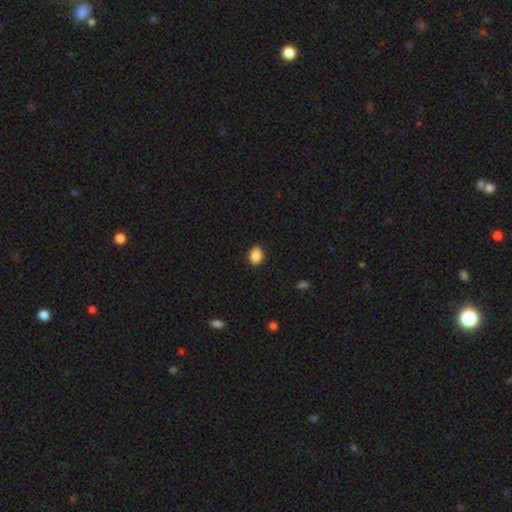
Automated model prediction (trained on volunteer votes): smooth-or-featured: smooth: 88% | star or artifact: 8% | featured or disk: 4%
  how-rounded: in between: 73% | round: 26% | cigar-shaped: 1%
  merging: none: 88% | minor disturbance: 9% | major disturbance: 2% | merger: 1%